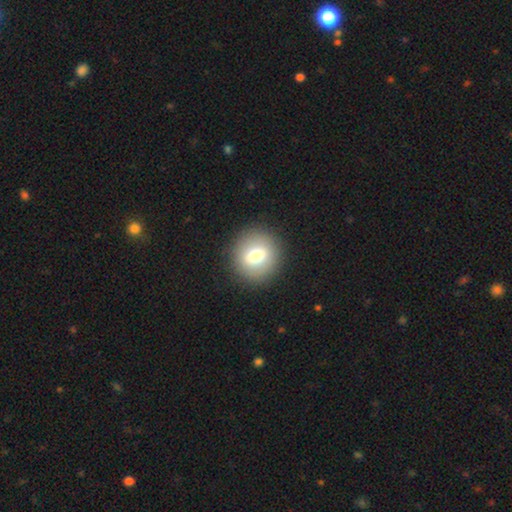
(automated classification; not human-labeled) A smooth galaxy with no disk features (70%) that is round (89%). Merging: none (90%).